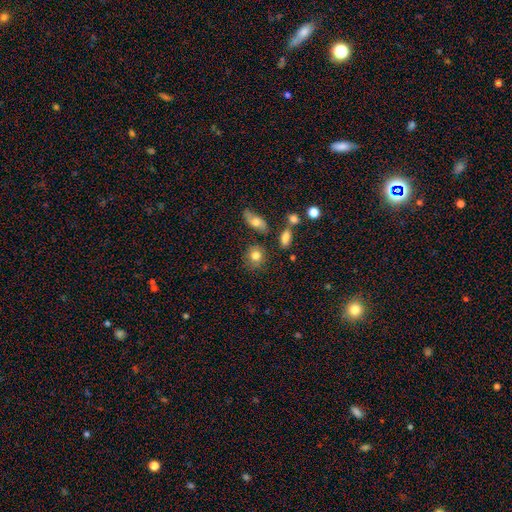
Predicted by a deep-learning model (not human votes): Smooth or featured?
  - smooth: 80% *
  - featured or disk: 10%
  - star or artifact: 9%
How rounded?
  - round: 74% *
  - in between: 25%
  - cigar-shaped: 2%
Merging?
  - none: 76% *
  - minor disturbance: 13%
  - merger: 7%
  - major disturbance: 4%